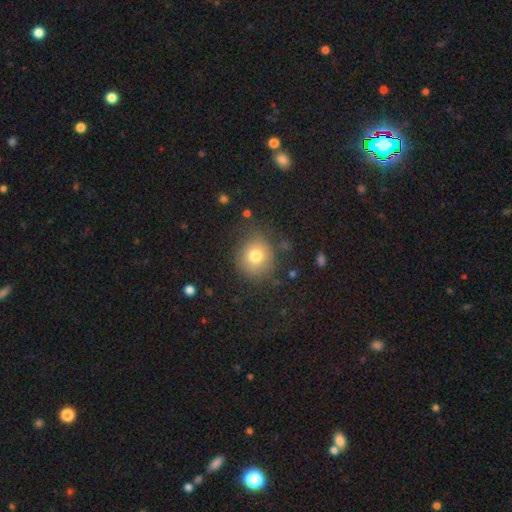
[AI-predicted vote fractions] The model was most divided on "merging": none: 77%, minor disturbance: 15%, major disturbance: 6%, merger: 2%. More confident: how rounded — round (85%); smooth or featured — smooth (76%).